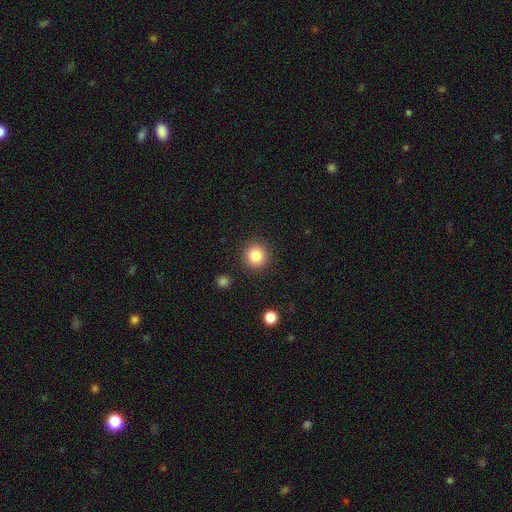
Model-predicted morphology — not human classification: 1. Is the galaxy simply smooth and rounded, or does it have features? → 83% smooth, 11% star or artifact, 6% featured or disk.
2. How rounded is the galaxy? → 94% round, 5% in between, 1% cigar-shaped.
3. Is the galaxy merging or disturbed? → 91% none, 6% minor disturbance, 2% major disturbance, 2% merger.